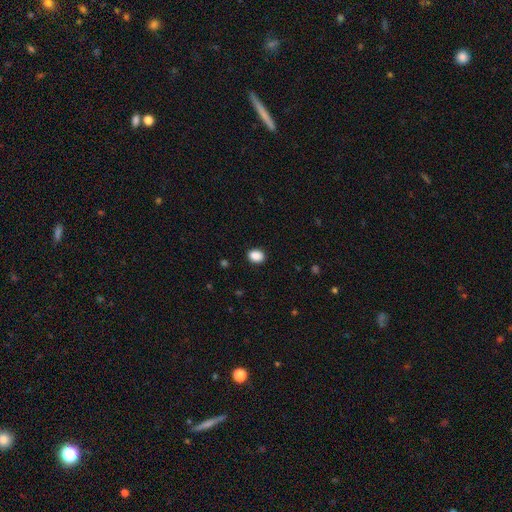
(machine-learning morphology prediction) Smooth or featured?
  - smooth: 89% *
  - star or artifact: 9%
  - featured or disk: 3%
How rounded?
  - in between: 57% *
  - round: 42%
  - cigar-shaped: 1%
Merging?
  - none: 89% *
  - minor disturbance: 8%
  - major disturbance: 2%
  - merger: 1%